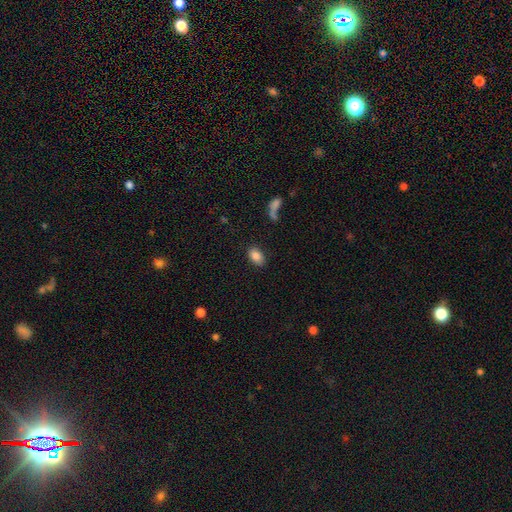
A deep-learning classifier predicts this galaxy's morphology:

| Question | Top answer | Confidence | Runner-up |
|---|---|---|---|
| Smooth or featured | smooth | 86% | star or artifact (8%) |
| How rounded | in between | 91% | round (7%) |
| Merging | none | 84% | minor disturbance (9%) |